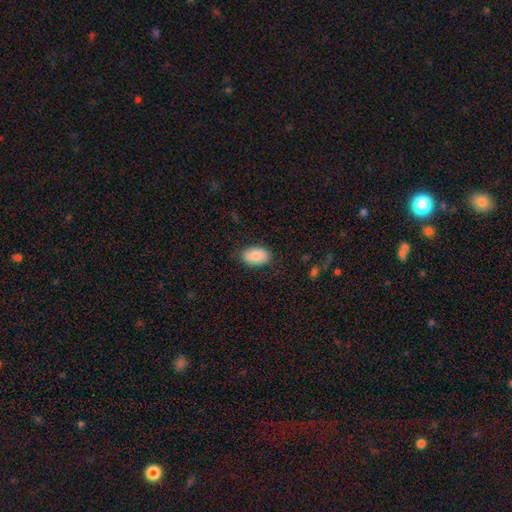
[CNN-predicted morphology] This is clearly a smooth galaxy (83%). How rounded: clearly in between (90%). Merging: clearly none (83%).